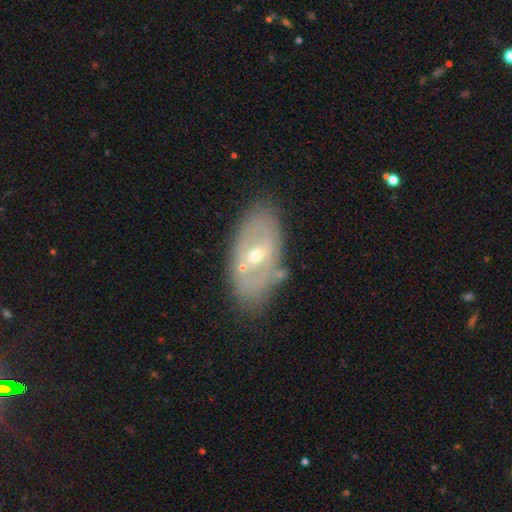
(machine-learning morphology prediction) featured or disk 59%, smooth 33%, star or artifact 8%. Down the decision tree: edge-on disk — no (88%); bar — weak (42%); spiral arms — no (69%); bulge size — moderate (54%); merging — none (67%).